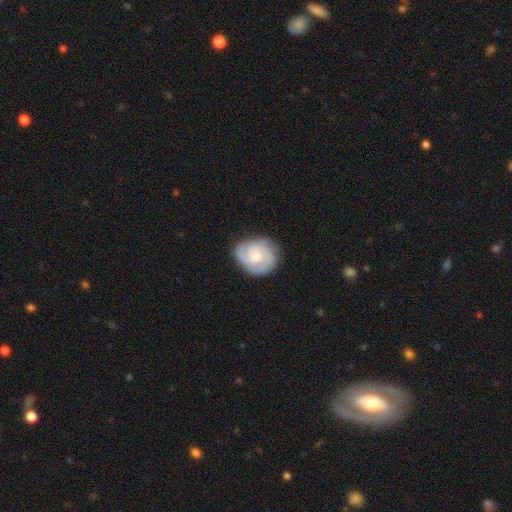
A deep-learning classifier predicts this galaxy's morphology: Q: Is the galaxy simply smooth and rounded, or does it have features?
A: featured or disk — 70%.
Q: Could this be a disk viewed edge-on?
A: no — 98%.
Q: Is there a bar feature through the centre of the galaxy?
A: no — 71%.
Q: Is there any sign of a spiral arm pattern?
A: yes — 94%.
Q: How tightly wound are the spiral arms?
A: tight — 55%.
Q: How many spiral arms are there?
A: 3 — 43%.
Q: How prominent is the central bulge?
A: moderate — 45%.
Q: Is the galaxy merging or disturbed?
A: none — 77%.